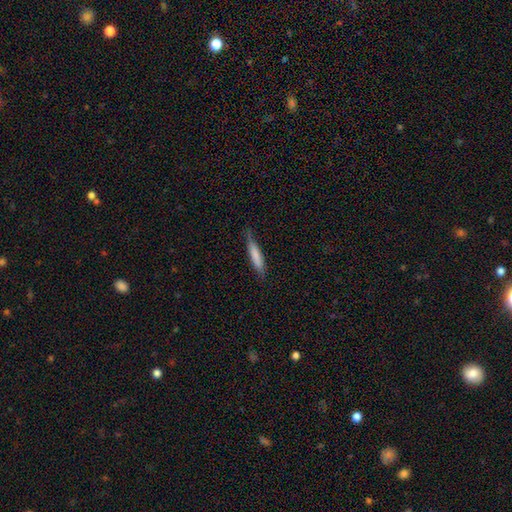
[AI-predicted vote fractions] This is likely a smooth galaxy (77%). How rounded: clearly cigar-shaped (87%). Merging: likely none (74%).